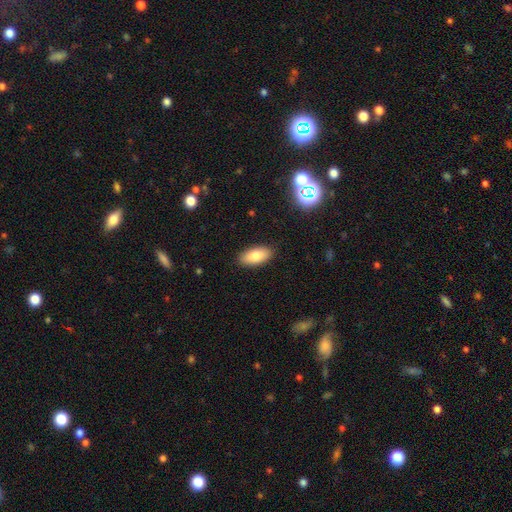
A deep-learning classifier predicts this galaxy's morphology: This appears to be a smooth galaxy with no disk features (82%) that is in between round and cigar-shaped (90%). Merging: none (89%).